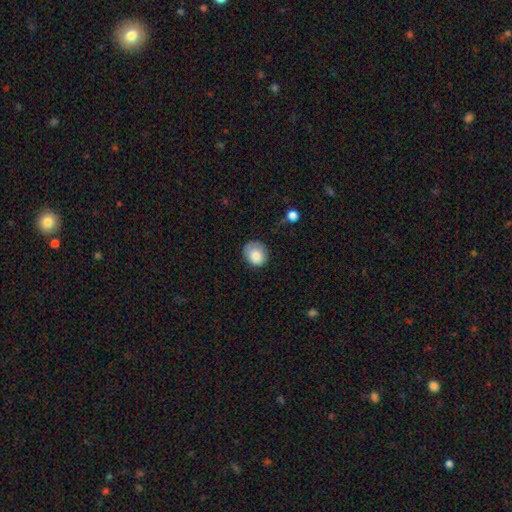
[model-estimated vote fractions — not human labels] smooth_or_featured: smooth (p=0.83) [alt: featured or disk p=0.09]
how_rounded: round (p=0.70) [alt: in between p=0.29]
merging: none (p=0.63) [alt: minor disturbance p=0.28]